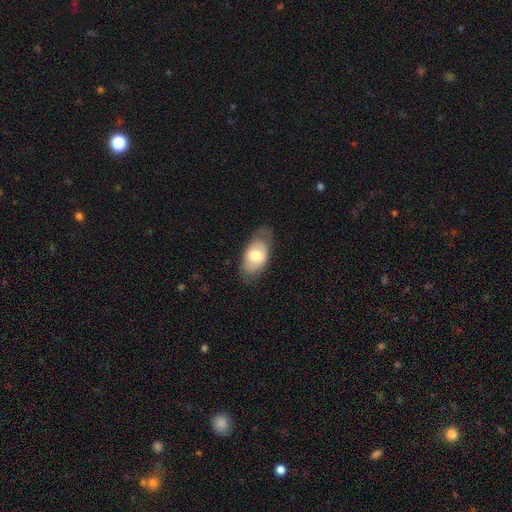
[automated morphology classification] smooth-or-featured: smooth: 68% | featured or disk: 25% | star or artifact: 6%
  how-rounded: in between: 92% | round: 5% | cigar-shaped: 3%
  merging: none: 69% | minor disturbance: 23% | major disturbance: 7% | merger: 1%